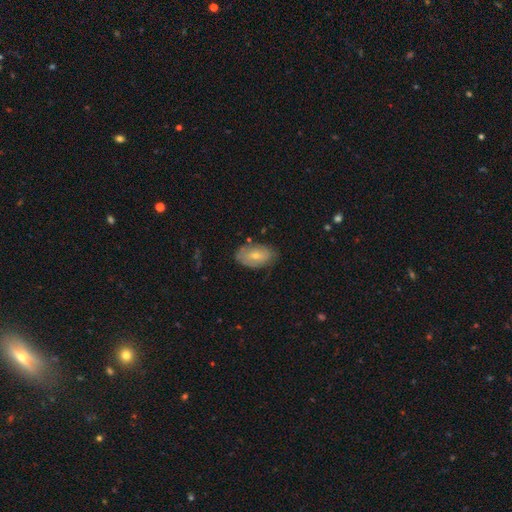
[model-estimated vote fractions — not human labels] A smooth galaxy with no disk features (62%) that is in between round and cigar-shaped (91%).

Vote fractions:
- Smooth or featured? smooth: 62% / featured or disk: 31% / star or artifact: 7%
- How rounded? in between: 91% / round: 7% / cigar-shaped: 2%
- Merging? none: 72% / minor disturbance: 21% / major disturbance: 5% / merger: 2%